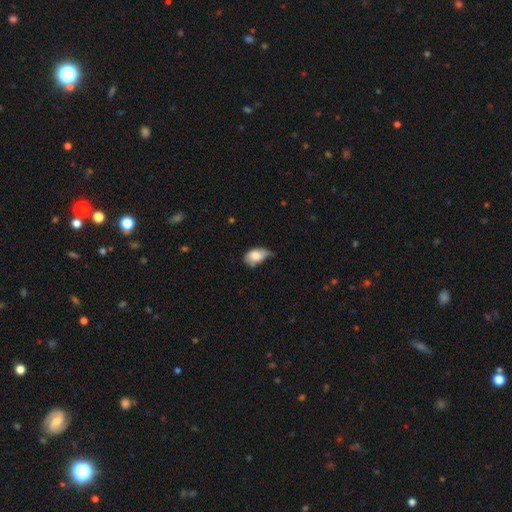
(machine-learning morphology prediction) A smooth galaxy with no disk features (78%) that is in between round and cigar-shaped (87%). Merging: minor disturbance (52%).